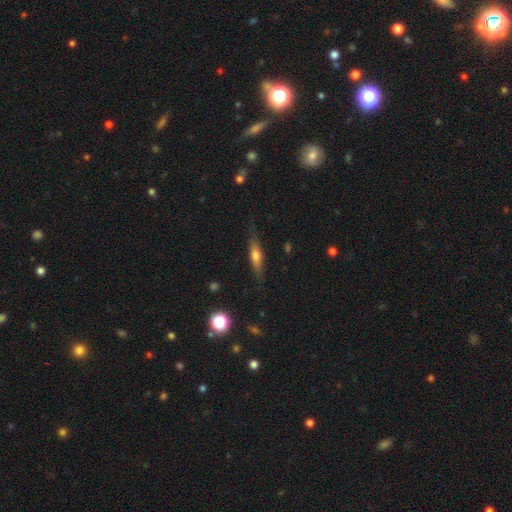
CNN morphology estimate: A smooth galaxy with no disk features (46%, tied with featured or disk).

Vote fractions:
- Smooth or featured? smooth: 46% (tied) / featured or disk: 46% (tied) / star or artifact: 8%
- Merging? none: 79% / minor disturbance: 16% / major disturbance: 4% / merger: 1%